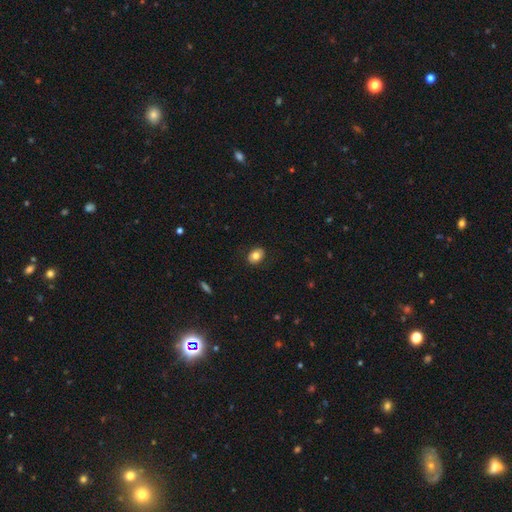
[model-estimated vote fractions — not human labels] This appears to be a smooth galaxy with no disk features (76%) that is in between round and cigar-shaped (69%). Merging: none (84%).